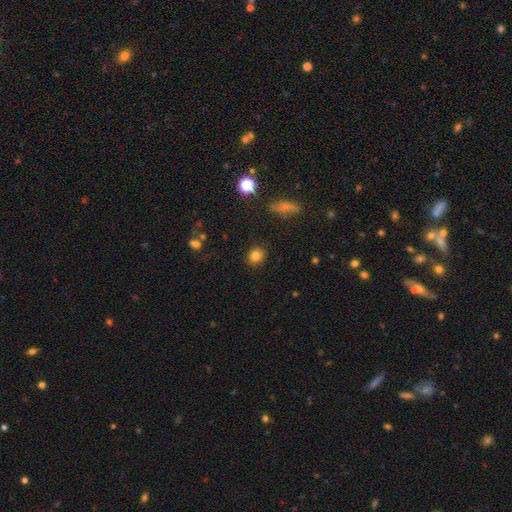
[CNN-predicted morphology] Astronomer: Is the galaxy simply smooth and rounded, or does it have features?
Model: smooth — 82%.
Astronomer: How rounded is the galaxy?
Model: round — 74%.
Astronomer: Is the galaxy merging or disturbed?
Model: none — 89%.